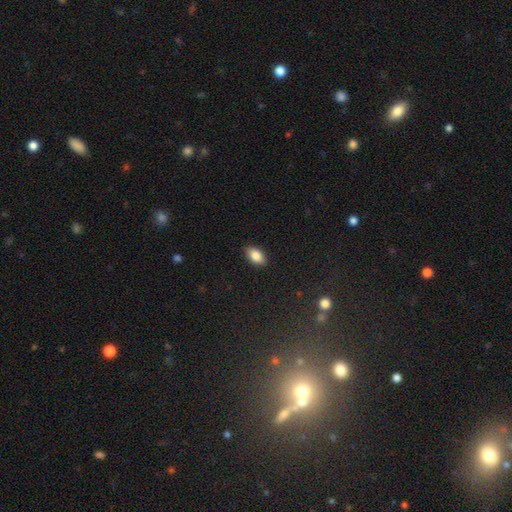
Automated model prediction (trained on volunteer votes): This is clearly a smooth galaxy (86%). How rounded: clearly in between (92%). Merging: clearly none (87%).